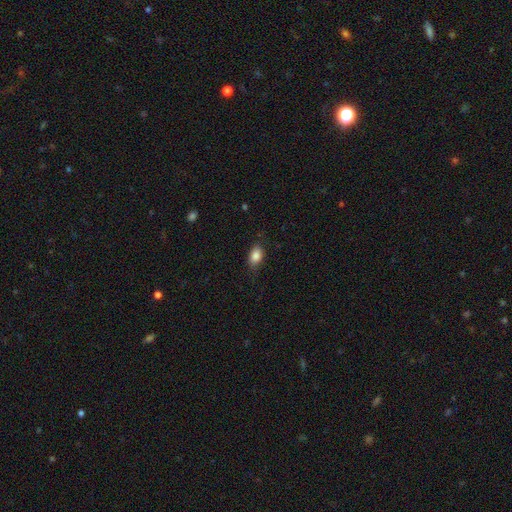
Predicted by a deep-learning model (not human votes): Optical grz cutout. It shows a smooth galaxy with no disk features (86%) that is in between round and cigar-shaped (83%). Merging: none (78%).